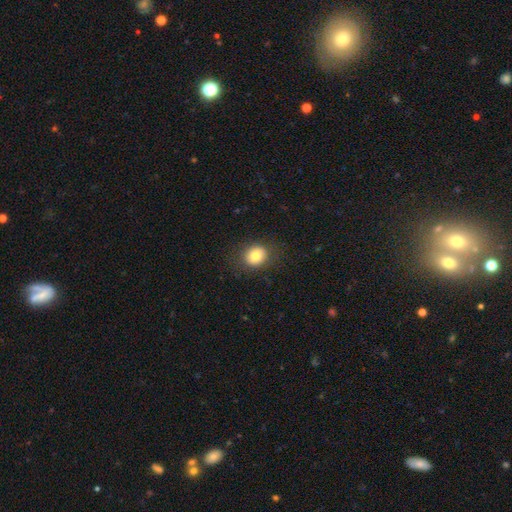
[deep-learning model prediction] Overall: smooth (79%). How rounded: round (71%). Merging: none (86%).